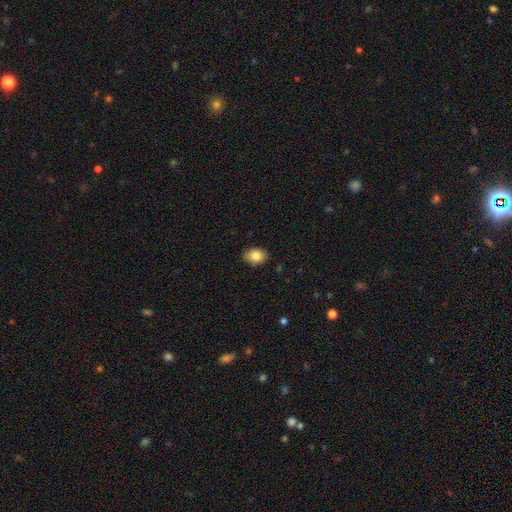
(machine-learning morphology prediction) smooth_or_featured: smooth (p=0.84) [alt: star or artifact p=0.08]
how_rounded: in between (p=0.78) [alt: round p=0.21]
merging: none (p=0.88) [alt: minor disturbance p=0.09]